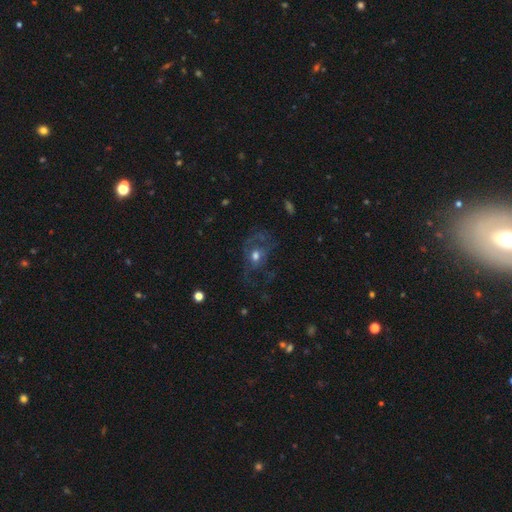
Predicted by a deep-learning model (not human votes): The model was most divided on "merging": major disturbance: 41%, none: 38%, minor disturbance: 19%, merger: 2%. More confident: edge-on disk — no (95%); bar — no (81%); bulge size — moderate (69%); smooth or featured — featured or disk (56%); spiral arms — no (52%).